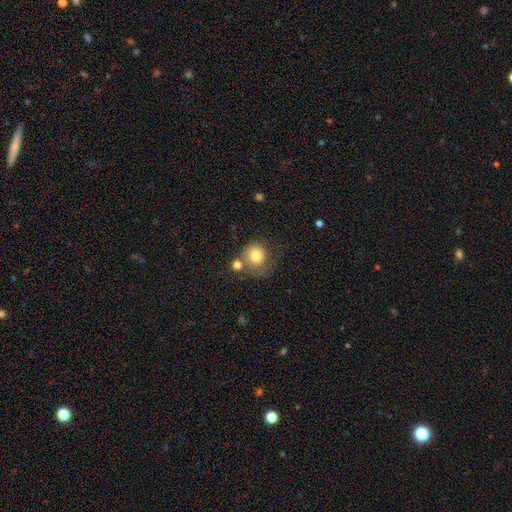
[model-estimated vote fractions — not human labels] The model was most divided on "merging": none: 45%, merger: 23%, minor disturbance: 17%, major disturbance: 15%. More confident: how rounded — round (87%); smooth or featured — smooth (77%).